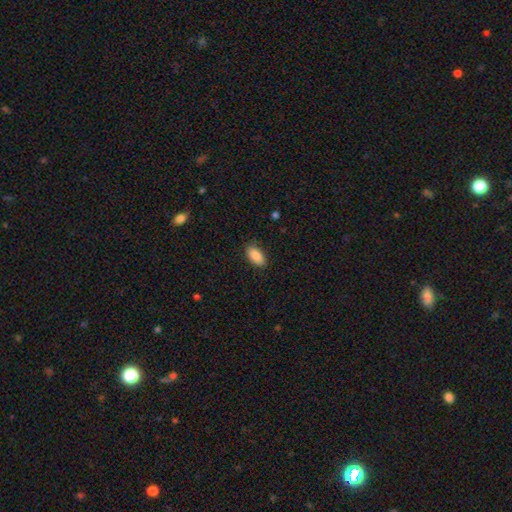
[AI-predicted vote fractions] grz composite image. It shows a smooth galaxy with no disk features (89%) that is in between round and cigar-shaped (92%). Merging: none (85%).